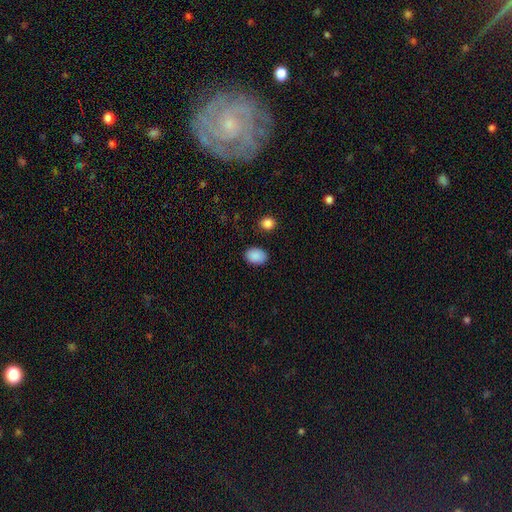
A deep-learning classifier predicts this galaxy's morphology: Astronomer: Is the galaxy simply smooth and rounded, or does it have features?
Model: smooth — 90%.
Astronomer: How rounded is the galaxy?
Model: in between — 82%.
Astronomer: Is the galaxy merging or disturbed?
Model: none — 85%.